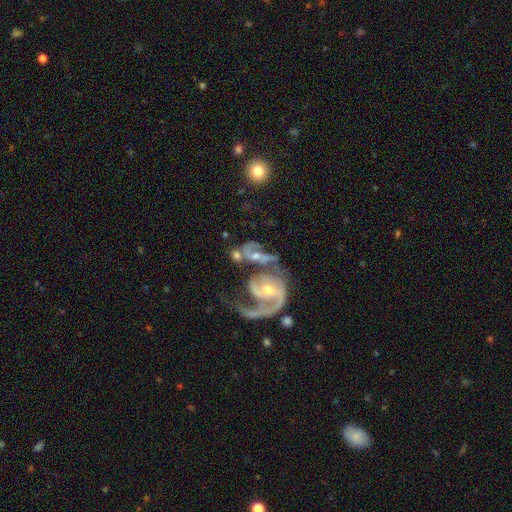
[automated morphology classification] Smooth or featured? Predicted: featured or disk (p=0.82). Edge-on disk? Predicted: no (p=0.97). Bar? Predicted: no (p=0.48). Spiral arms? Predicted: yes (p=0.90). Spiral winding? Predicted: medium (p=0.43). Spiral arm count? Predicted: 2 (p=0.54). Bulge size? Predicted: moderate (p=0.49). Merging? Predicted: merger (p=0.44).